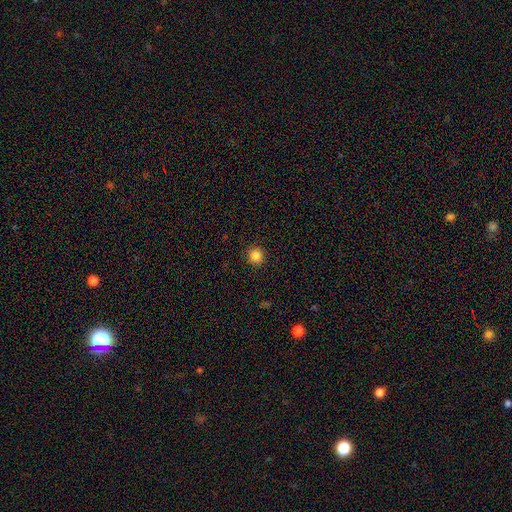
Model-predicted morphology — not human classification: A smooth galaxy with no disk features (85%) that is round (95%).

Vote fractions:
- Smooth or featured? smooth: 85% / star or artifact: 11% / featured or disk: 4%
- How rounded? round: 95% / in between: 4% / cigar-shaped: 1%
- Merging? none: 93% / minor disturbance: 5% / major disturbance: 2% / merger: 1%